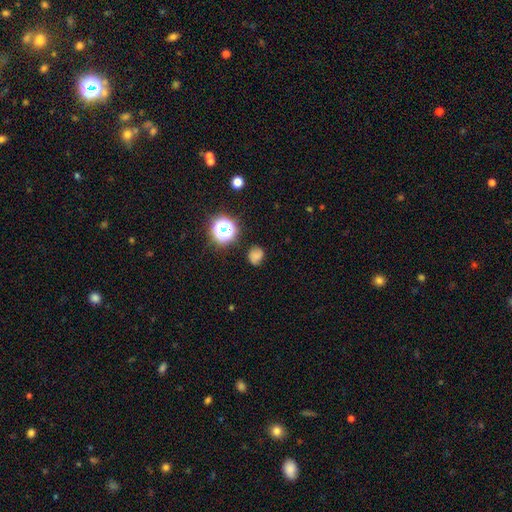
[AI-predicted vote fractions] Smooth or featured?
  - smooth: 71% *
  - star or artifact: 20%
  - featured or disk: 9%
How rounded?
  - round: 64% *
  - in between: 35%
  - cigar-shaped: 1%
Merging?
  - none: 75% *
  - minor disturbance: 17%
  - major disturbance: 5%
  - merger: 3%